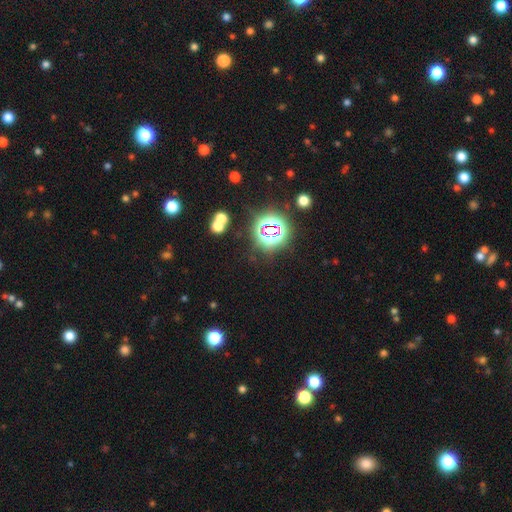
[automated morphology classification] type=star or artifact (79%).